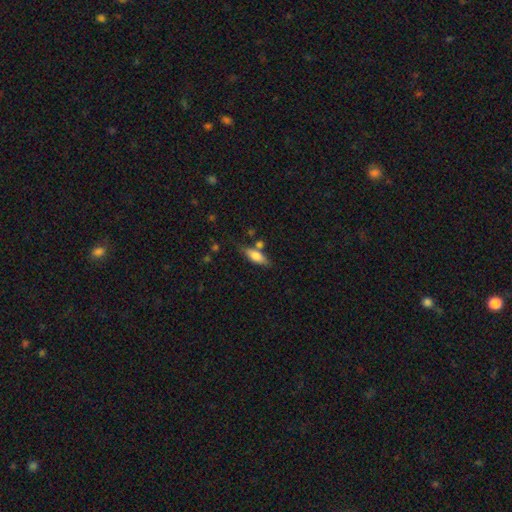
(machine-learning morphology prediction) The model was most divided on "how rounded": in between: 63%, cigar-shaped: 34%, round: 3%. More confident: smooth or featured — smooth (70%); merging — none (65%).